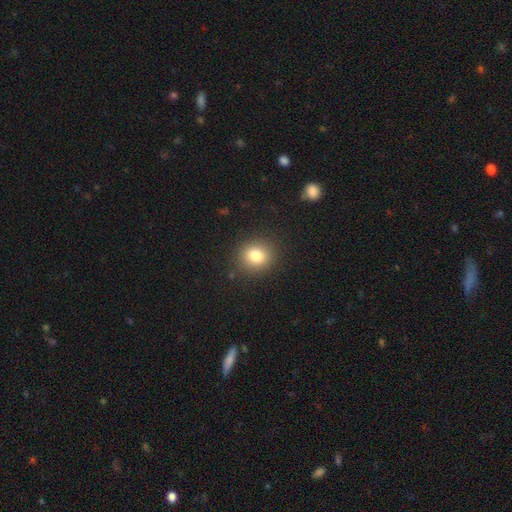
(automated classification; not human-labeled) Overall: smooth (81%). How rounded: round (79%). Merging: none (89%).